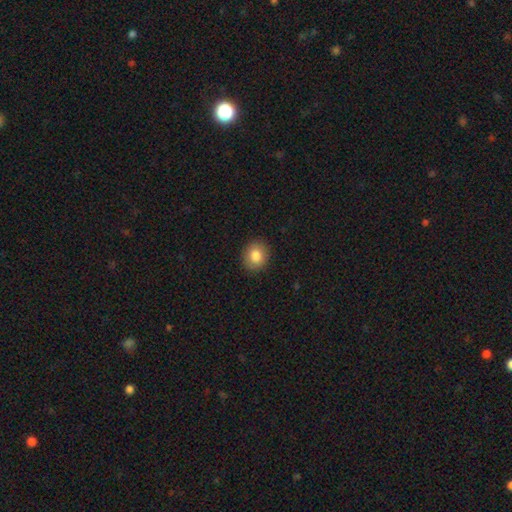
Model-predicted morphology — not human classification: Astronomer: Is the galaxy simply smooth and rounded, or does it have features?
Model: smooth — 84%.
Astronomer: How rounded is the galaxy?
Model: round — 74%.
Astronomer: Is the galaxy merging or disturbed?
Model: none — 91%.